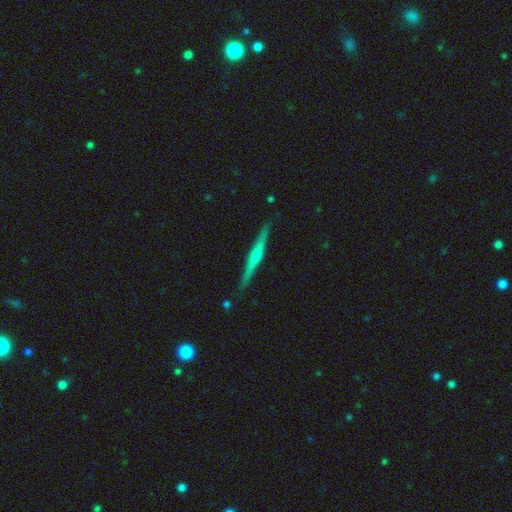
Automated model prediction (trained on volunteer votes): Q: Smooth or featured?
A: featured or disk (70%); runner-up: smooth (24%)
Q: Edge-on disk?
A: yes (98%); runner-up: no (2%)
Q: Edge-on bulge?
A: rounded (56%); runner-up: none (32%)
Q: Merging?
A: none (90%); runner-up: minor disturbance (7%)